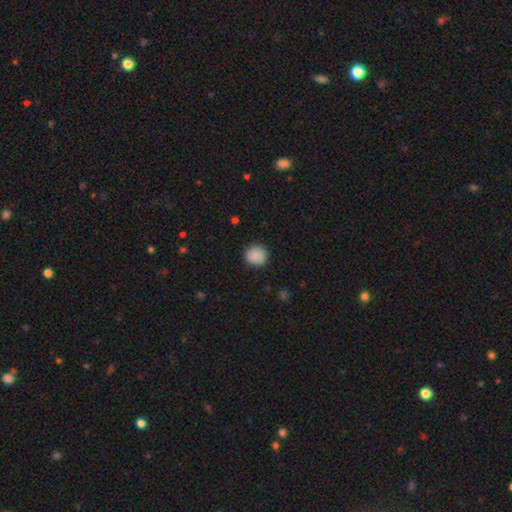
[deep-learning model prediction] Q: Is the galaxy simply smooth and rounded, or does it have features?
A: smooth — 89%.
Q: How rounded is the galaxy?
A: round — 91%.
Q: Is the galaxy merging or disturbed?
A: none — 90%.